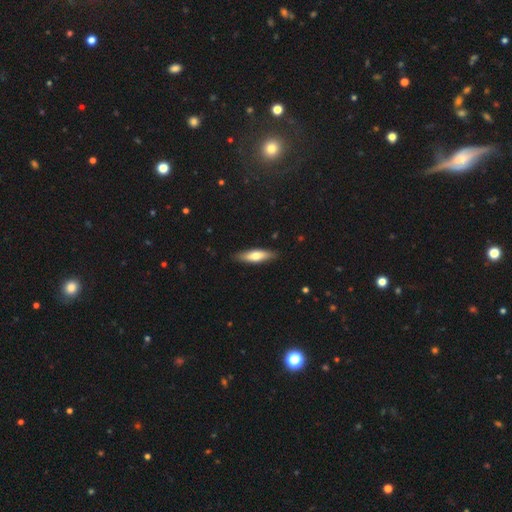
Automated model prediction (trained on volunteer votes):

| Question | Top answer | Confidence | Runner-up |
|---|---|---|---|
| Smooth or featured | smooth | 64% | featured or disk (31%) |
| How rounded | cigar-shaped | 57% | in between (41%) |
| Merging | none | 87% | minor disturbance (10%) |